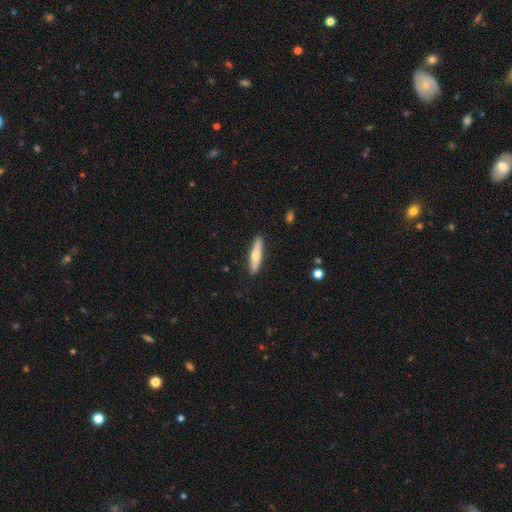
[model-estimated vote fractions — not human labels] The model was most divided on "smooth or featured": smooth: 53%, featured or disk: 42%, star or artifact: 5%. More confident: merging — none (89%); how rounded — cigar-shaped (82%).